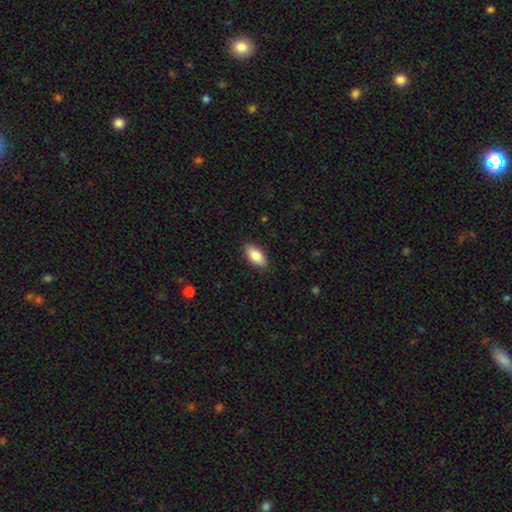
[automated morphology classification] Q: Smooth or featured?
A: smooth (85%); runner-up: featured or disk (9%)
Q: How rounded?
A: in between (91%); runner-up: cigar-shaped (6%)
Q: Merging?
A: none (89%); runner-up: minor disturbance (9%)